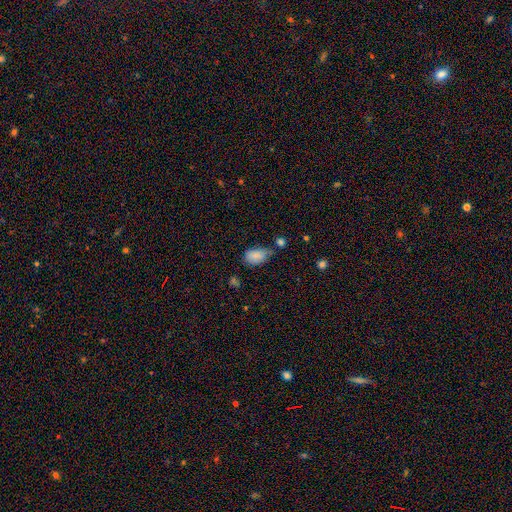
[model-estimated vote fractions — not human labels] Smooth or featured? smooth (82%)
How rounded? in between (89%)
Merging? none (44%)